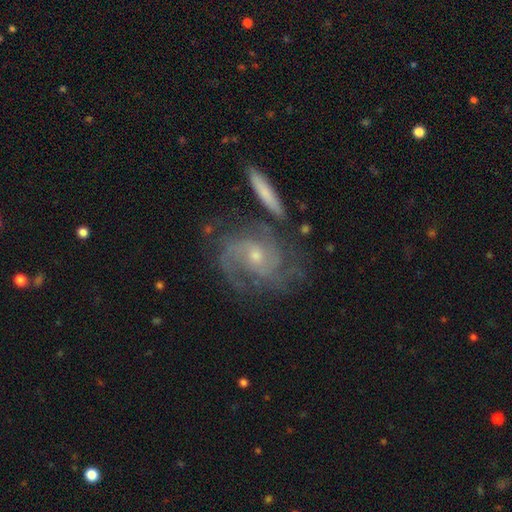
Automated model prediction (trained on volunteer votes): Smooth or featured? featured or disk (86%)
Edge-on disk? no (96%)
Bar? no (61%)
Spiral arms? yes (96%)
Spiral winding? tight (47%)
Spiral arm count? 2 (40%)
Bulge size? small (59%)
Merging? none (64%)